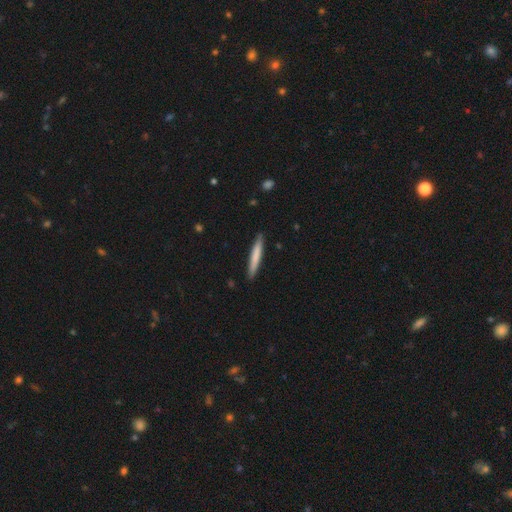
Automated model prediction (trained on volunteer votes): A smooth galaxy with no disk features (74%) that is cigar-shaped (95%). Merging: none (89%).